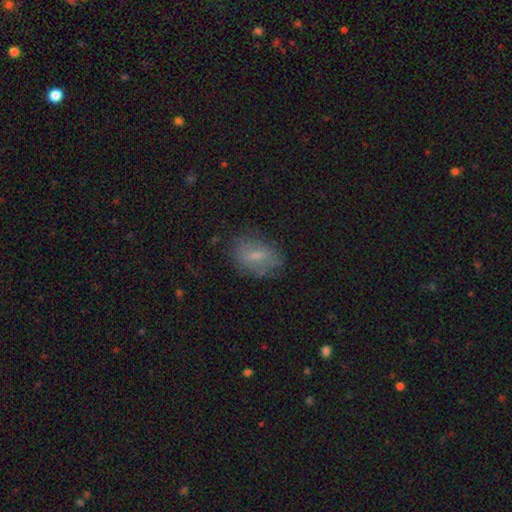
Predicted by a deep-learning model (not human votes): Smooth or featured?
  - smooth: 61% *
  - featured or disk: 29%
  - star or artifact: 10%
How rounded?
  - in between: 82% *
  - round: 13%
  - cigar-shaped: 5%
Merging?
  - none: 68% *
  - minor disturbance: 21%
  - major disturbance: 9%
  - merger: 2%